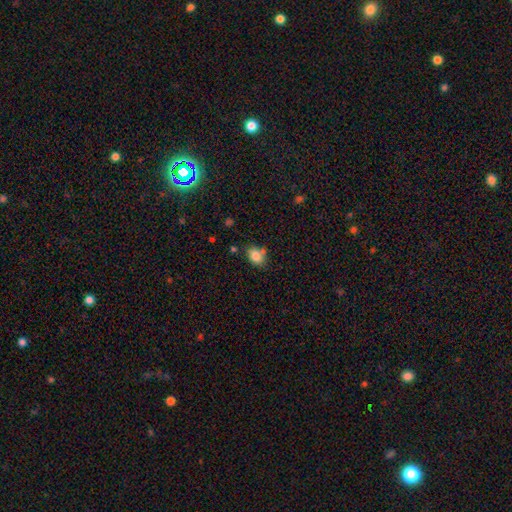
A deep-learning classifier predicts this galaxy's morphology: The model was most divided on "how rounded": in between: 66%, round: 32%, cigar-shaped: 1%. More confident: smooth or featured — smooth (83%); merging — none (64%).